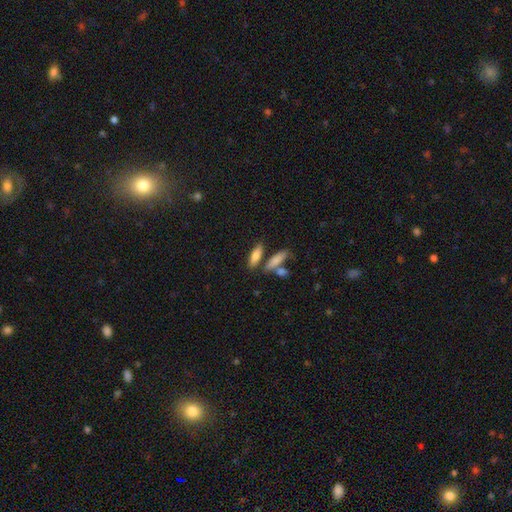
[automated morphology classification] smooth 79%, featured or disk 14%, star or artifact 7%. Down the decision tree: how rounded — cigar-shaped (51%); merging — none (63%).